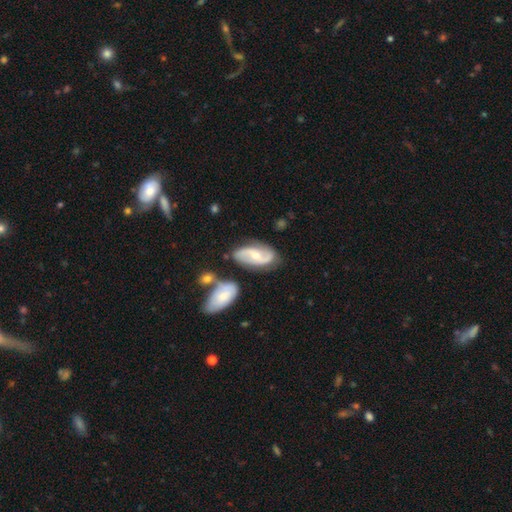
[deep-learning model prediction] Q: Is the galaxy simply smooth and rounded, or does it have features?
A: featured or disk — 76%.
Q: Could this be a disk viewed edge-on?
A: no — 95%.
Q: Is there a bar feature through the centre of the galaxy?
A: no — 46%.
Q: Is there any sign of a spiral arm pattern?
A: yes — 93%.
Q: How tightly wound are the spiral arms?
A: loose — 46%.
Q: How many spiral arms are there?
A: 2 — 89%.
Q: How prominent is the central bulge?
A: moderate — 48%.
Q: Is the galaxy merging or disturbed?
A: none — 71%.